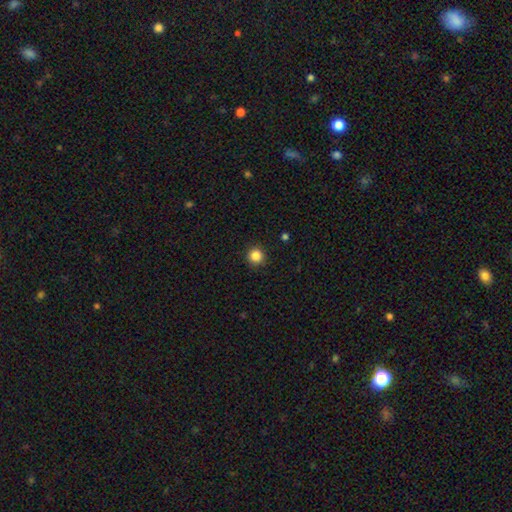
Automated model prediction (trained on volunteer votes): A smooth galaxy with no disk features (86%) that is round (95%). Merging: none (92%).